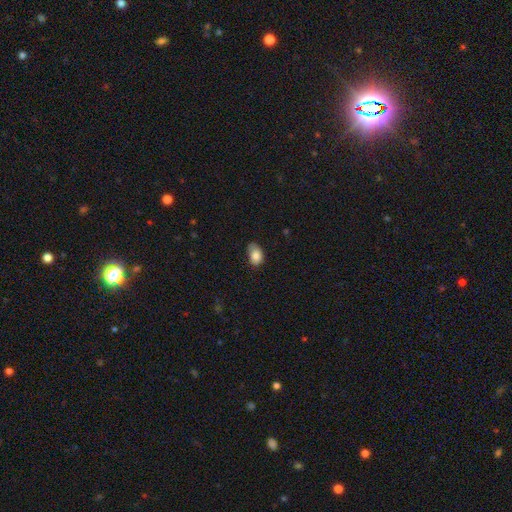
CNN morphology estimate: Smooth or featured?
  - smooth: 83% *
  - featured or disk: 9%
  - star or artifact: 8%
How rounded?
  - in between: 84% *
  - round: 15%
  - cigar-shaped: 1%
Merging?
  - none: 53% *
  - minor disturbance: 37%
  - major disturbance: 8%
  - merger: 2%